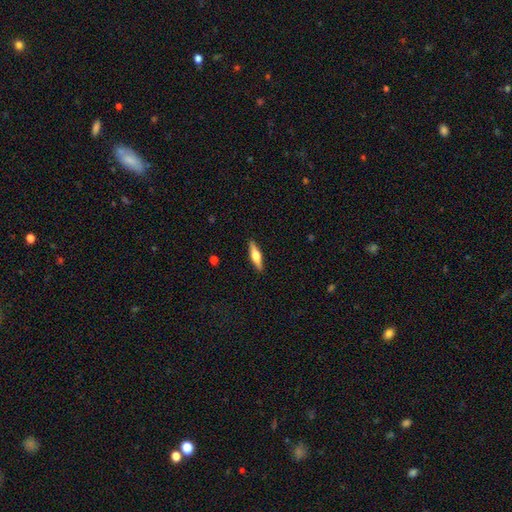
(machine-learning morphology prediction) This is possibly a featured or disk galaxy (54%). It is clearly viewed edge-on (96%). Edge-on bulge: clearly rounded (92%). Merging: clearly none (90%).